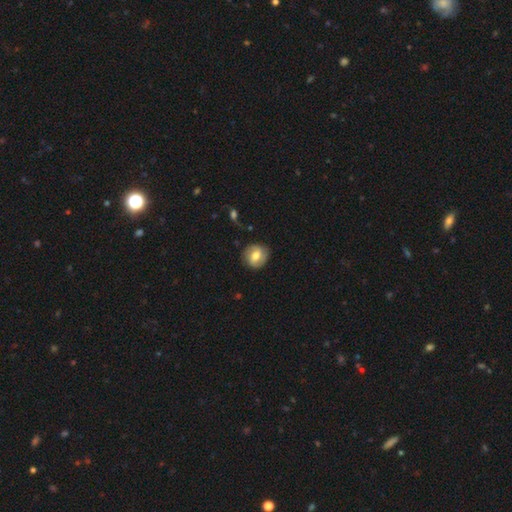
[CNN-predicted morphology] Smooth or featured?
  - smooth: 49% *
  - featured or disk: 44%
  - star or artifact: 7%
Merging?
  - none: 82% *
  - minor disturbance: 13%
  - major disturbance: 4%
  - merger: 1%